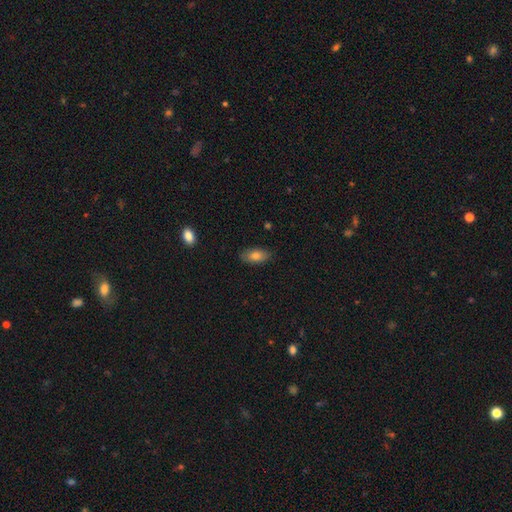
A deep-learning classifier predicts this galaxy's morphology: Smooth or featured: smooth — 80% (featured or disk — 13%)
How rounded: in between — 91% (cigar-shaped — 6%)
Merging: none — 83% (minor disturbance — 13%)